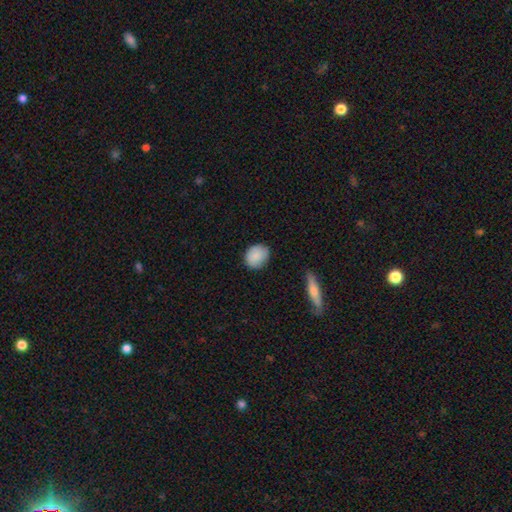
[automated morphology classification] Smooth or featured: smooth — 87% (star or artifact — 7%)
How rounded: round — 67% (in between — 32%)
Merging: none — 83% (minor disturbance — 14%)